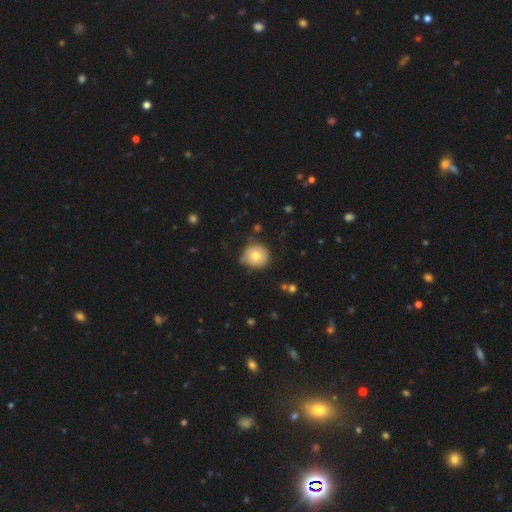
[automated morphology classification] Smooth or featured? Predicted: smooth (p=0.78). How rounded? Predicted: round (p=0.95). Merging? Predicted: none (p=0.81).